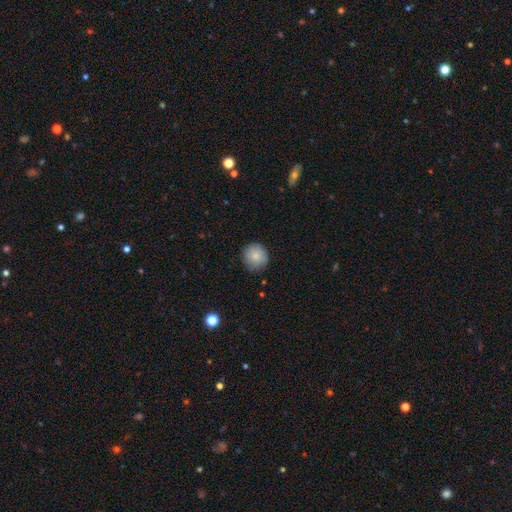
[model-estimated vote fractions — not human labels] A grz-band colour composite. It shows a smooth galaxy with no disk features (81%) that is round (90%). Merging: none (81%).